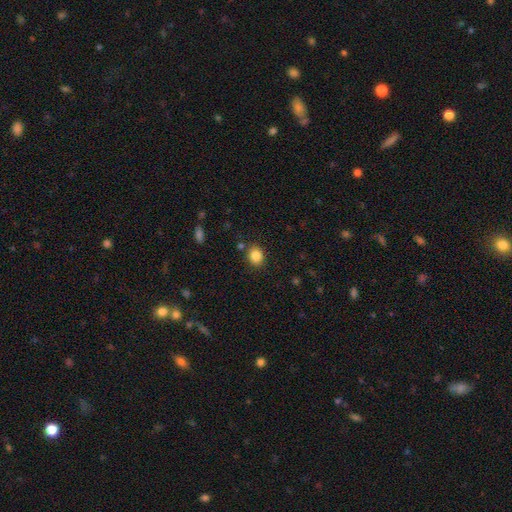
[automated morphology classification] The model was most divided on "how rounded": round: 59%, in between: 40%, cigar-shaped: 1%. More confident: smooth or featured — smooth (85%); merging — none (84%).